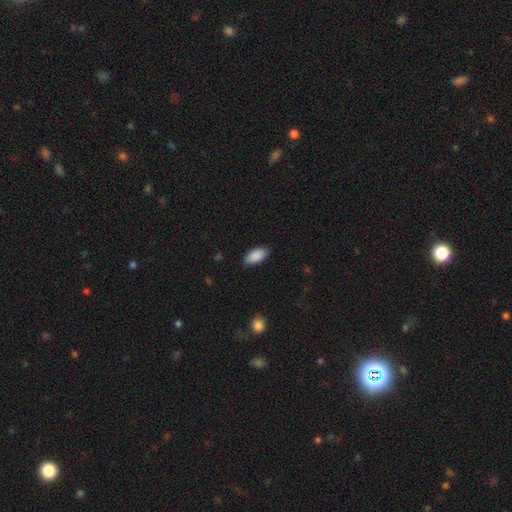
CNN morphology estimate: The model was most divided on "merging": none: 87%, minor disturbance: 10%, major disturbance: 2%, merger: 1%. More confident: how rounded — in between (93%); smooth or featured — smooth (90%).